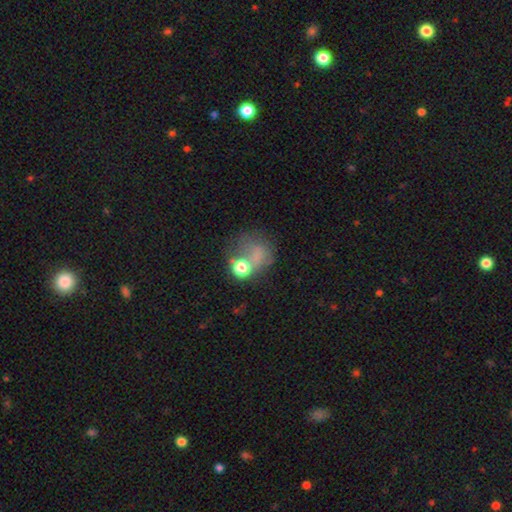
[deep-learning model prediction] A smooth galaxy with no disk features (57%) that is round (65%). Merging: major disturbance (33%).